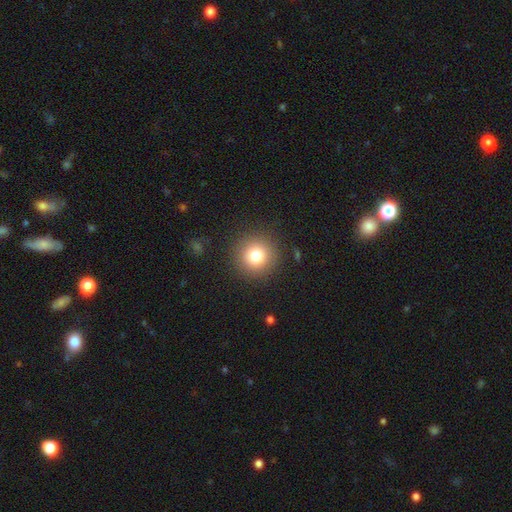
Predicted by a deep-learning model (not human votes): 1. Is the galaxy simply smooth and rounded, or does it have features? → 78% smooth, 12% star or artifact, 9% featured or disk.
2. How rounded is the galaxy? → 95% round, 4% in between, 1% cigar-shaped.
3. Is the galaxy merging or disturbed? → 90% none, 6% minor disturbance, 3% major disturbance, 1% merger.